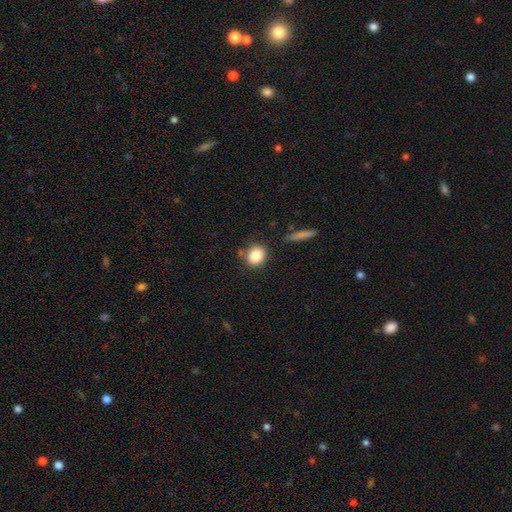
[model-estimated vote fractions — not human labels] Smooth or featured: smooth — 85% (star or artifact — 9%)
How rounded: round — 76% (in between — 23%)
Merging: none — 79% (minor disturbance — 12%)